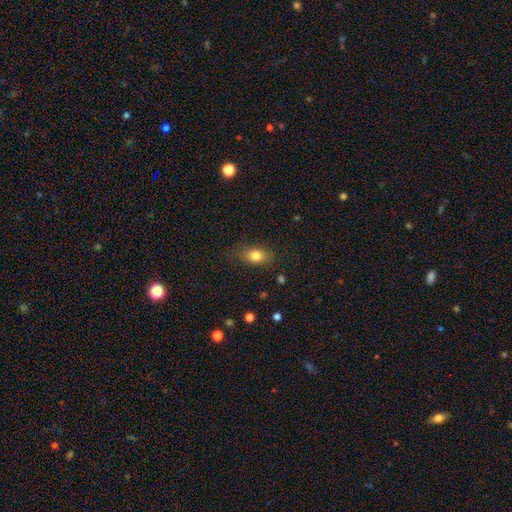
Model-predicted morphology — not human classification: smooth 80%, featured or disk 10%, star or artifact 10%. Down the decision tree: how rounded — in between (77%); merging — none (77%).